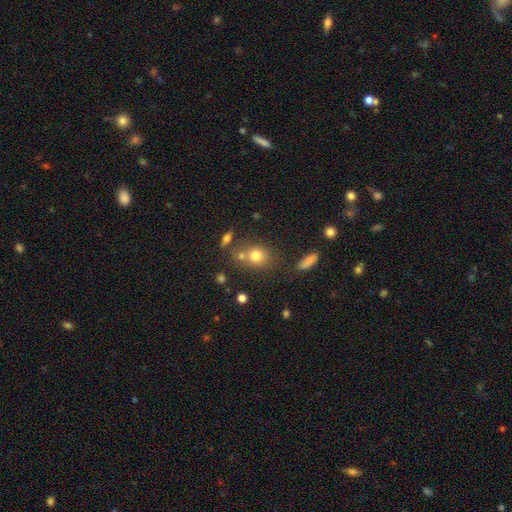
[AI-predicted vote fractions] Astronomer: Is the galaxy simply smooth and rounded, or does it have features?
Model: smooth — 74%.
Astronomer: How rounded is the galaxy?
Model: round — 70%.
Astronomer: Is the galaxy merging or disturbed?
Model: none — 61%.